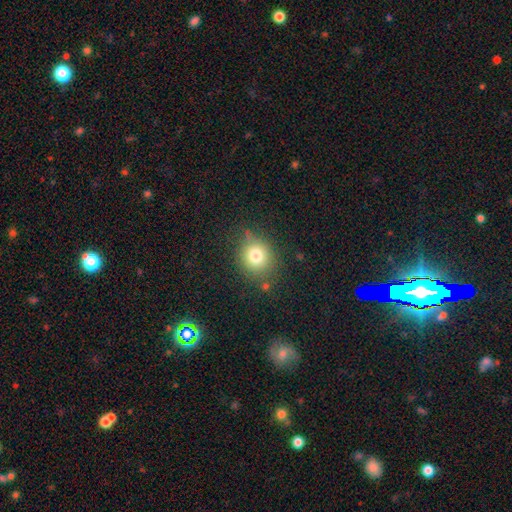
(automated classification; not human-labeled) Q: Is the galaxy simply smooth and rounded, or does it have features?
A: smooth — 77%.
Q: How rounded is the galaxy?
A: round — 82%.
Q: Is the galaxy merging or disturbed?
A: none — 74%.